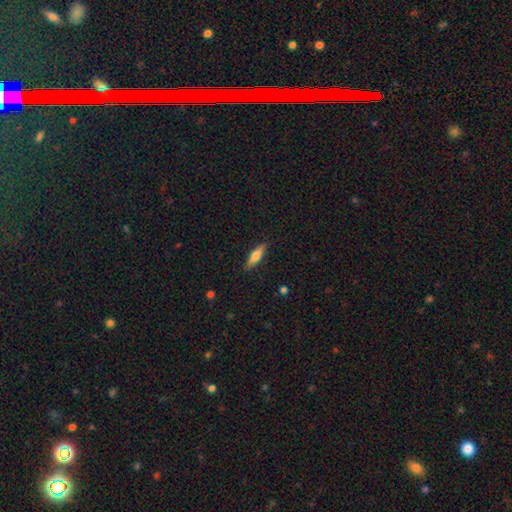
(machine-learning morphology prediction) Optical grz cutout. It shows a smooth galaxy with no disk features (58%) that is cigar-shaped (64%). Merging: none (88%).